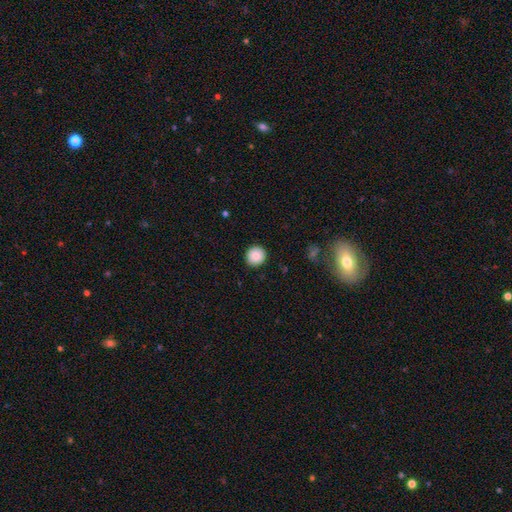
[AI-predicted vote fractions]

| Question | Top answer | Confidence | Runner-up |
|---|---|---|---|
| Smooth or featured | smooth | 87% | star or artifact (8%) |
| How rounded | round | 94% | in between (6%) |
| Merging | none | 91% | minor disturbance (6%) |